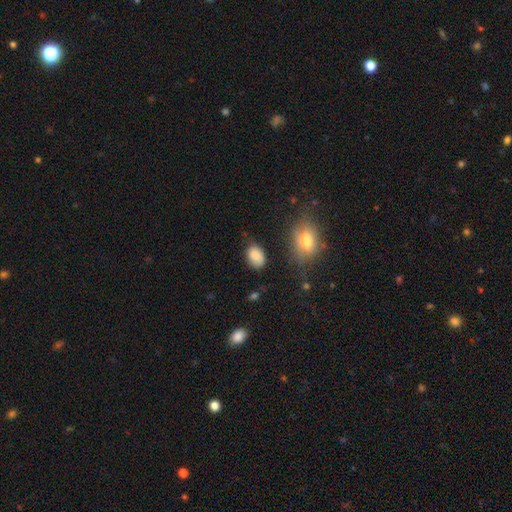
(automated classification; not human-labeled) smooth 85%, star or artifact 9%, featured or disk 6%. Down the decision tree: how rounded — in between (82%); merging — none (73%).